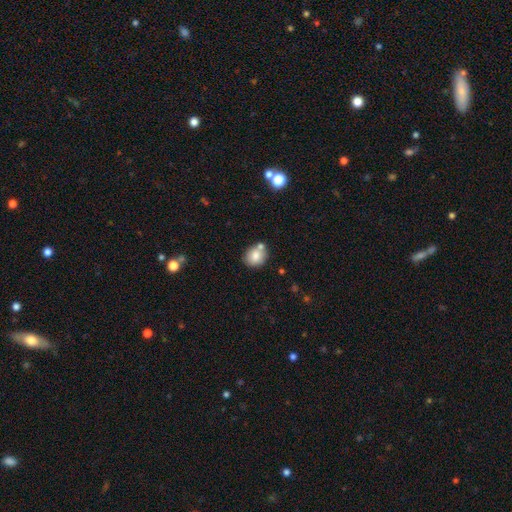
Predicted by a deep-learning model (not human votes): Smooth or featured?
  - smooth: 79% *
  - featured or disk: 11%
  - star or artifact: 9%
How rounded?
  - round: 70% *
  - in between: 29%
  - cigar-shaped: 1%
Merging?
  - none: 63% *
  - merger: 20%
  - minor disturbance: 13%
  - major disturbance: 3%